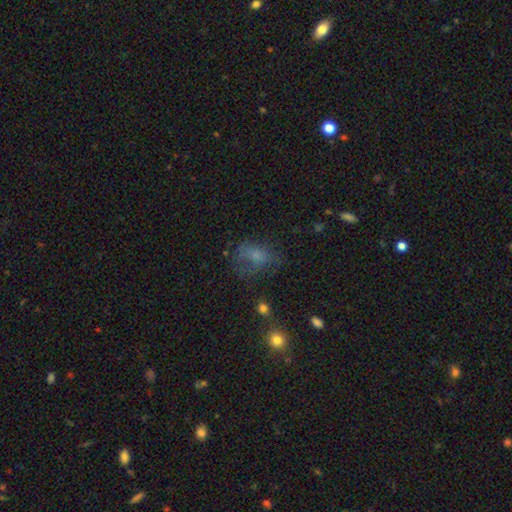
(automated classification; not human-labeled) smooth-or-featured: smooth: 60% | featured or disk: 22% | star or artifact: 18%
  how-rounded: in between: 68% | round: 29% | cigar-shaped: 2%
  merging: none: 40% | major disturbance: 31% | minor disturbance: 25% | merger: 4%